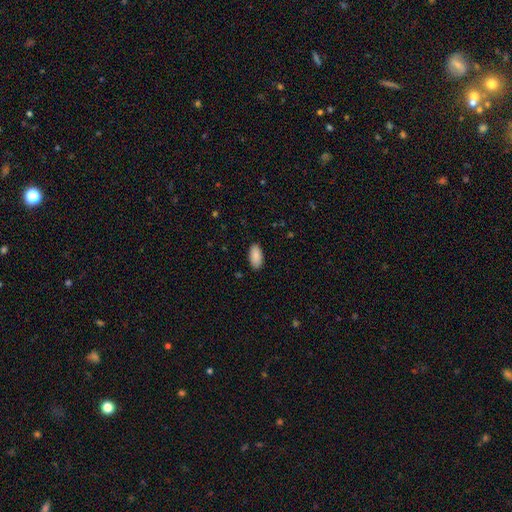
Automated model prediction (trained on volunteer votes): Q: Smooth or featured?
A: smooth (89%); runner-up: star or artifact (6%)
Q: How rounded?
A: in between (94%); runner-up: cigar-shaped (4%)
Q: Merging?
A: none (86%); runner-up: minor disturbance (11%)